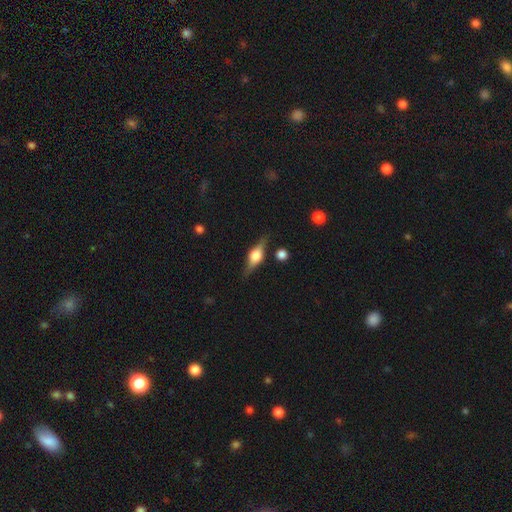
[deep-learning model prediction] A featured or disk galaxy (69%) viewed edge-on (95%) with a rounded central bulge (91%). Merging: none (83%).